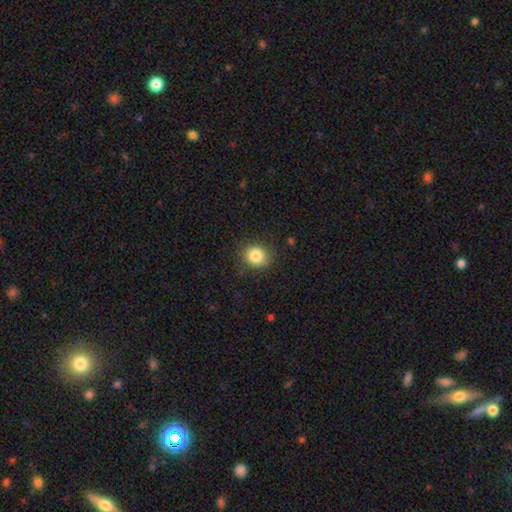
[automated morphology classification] Q: Smooth or featured?
A: smooth (85%); runner-up: star or artifact (10%)
Q: How rounded?
A: round (83%); runner-up: in between (16%)
Q: Merging?
A: none (86%); runner-up: minor disturbance (10%)